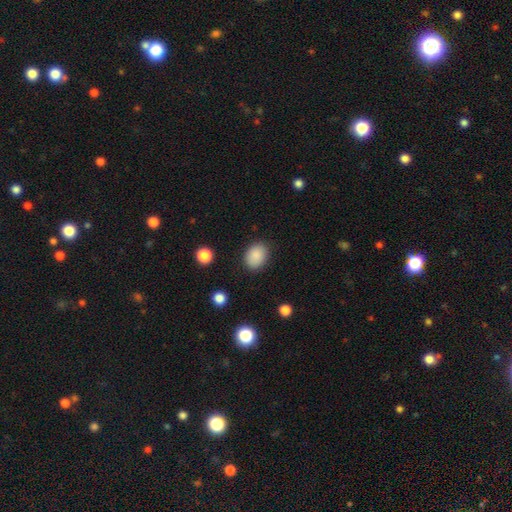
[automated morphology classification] Smooth or featured?
  - smooth: 88% *
  - star or artifact: 9%
  - featured or disk: 4%
How rounded?
  - in between: 65% *
  - round: 34%
  - cigar-shaped: 1%
Merging?
  - none: 86% *
  - minor disturbance: 10%
  - major disturbance: 3%
  - merger: 1%